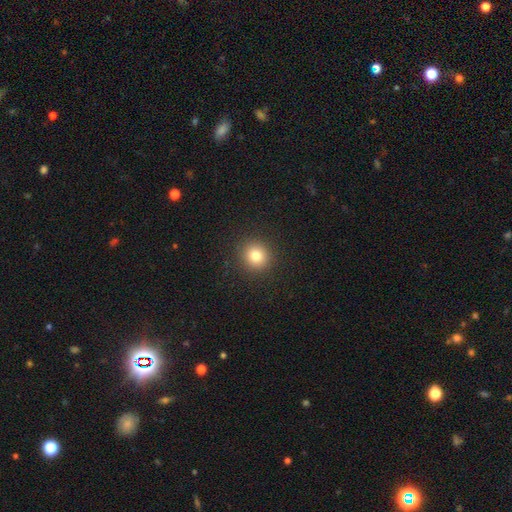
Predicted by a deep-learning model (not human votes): A smooth galaxy with no disk features (80%) that is round (89%). Merging: none (91%).